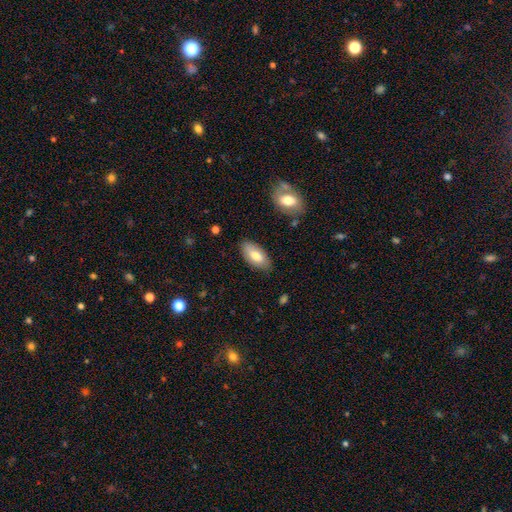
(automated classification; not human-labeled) smooth_or_featured: smooth (p=0.75) [alt: featured or disk p=0.18]
how_rounded: in between (p=0.92) [alt: cigar-shaped p=0.06]
merging: none (p=0.83) [alt: minor disturbance p=0.13]